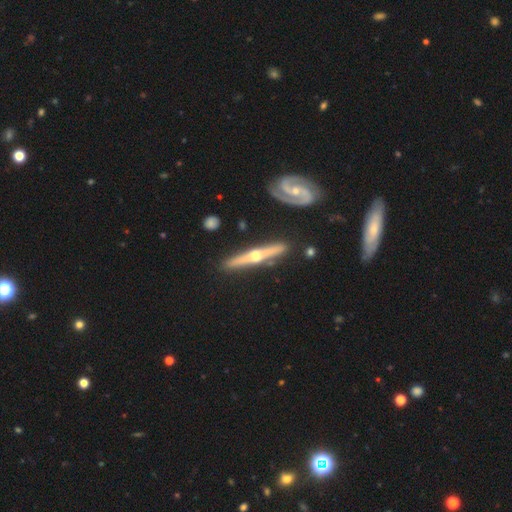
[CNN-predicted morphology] Smooth or featured? featured or disk (83%)
Edge-on disk? yes (95%)
Edge-on bulge? rounded (94%)
Merging? none (86%)